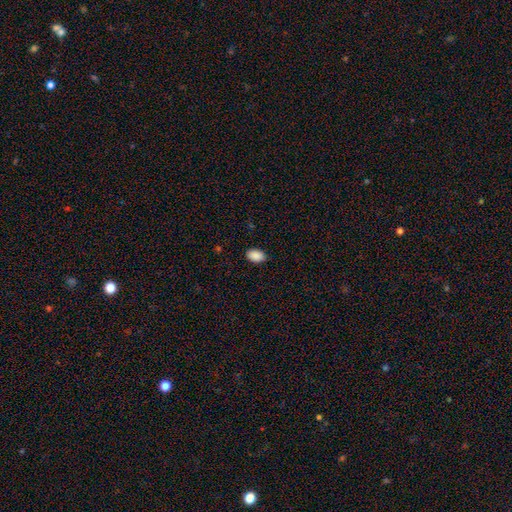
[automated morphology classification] This is clearly a smooth galaxy (90%). How rounded: clearly in between (90%). Merging: clearly none (88%).